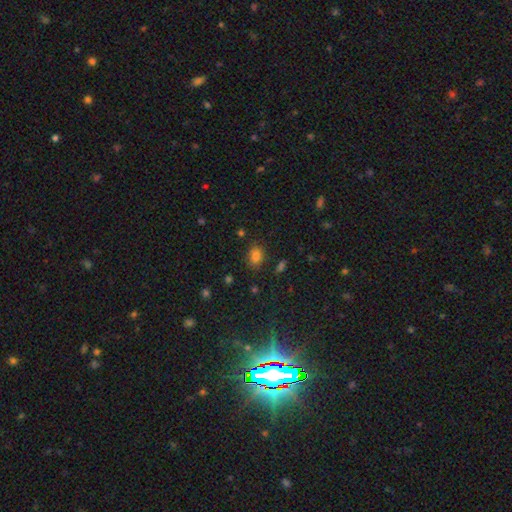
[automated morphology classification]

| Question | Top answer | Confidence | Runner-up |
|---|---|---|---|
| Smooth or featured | smooth | 78% | star or artifact (16%) |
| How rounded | in between | 71% | round (27%) |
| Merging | none | 78% | minor disturbance (15%) |